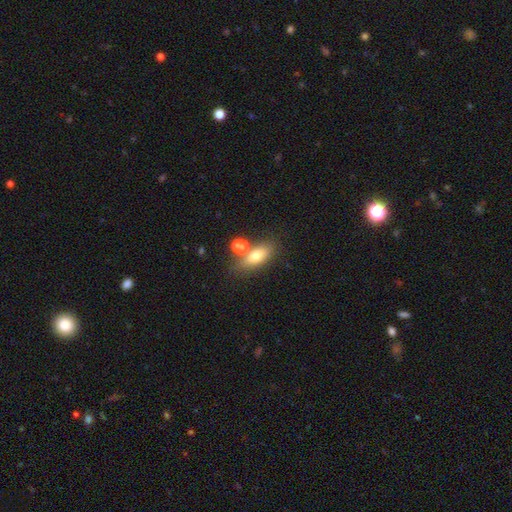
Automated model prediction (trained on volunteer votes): smooth_or_featured: smooth (p=0.71) [alt: featured or disk p=0.20]
how_rounded: in between (p=0.75) [alt: cigar-shaped p=0.15]
merging: none (p=0.56) [alt: merger p=0.27]